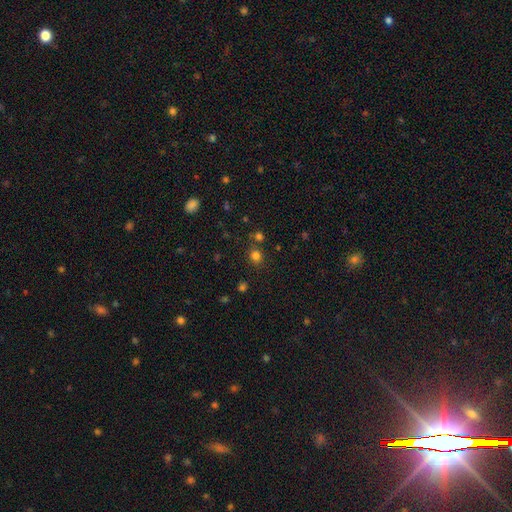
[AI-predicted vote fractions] smooth 75%, star or artifact 20%, featured or disk 5%. Down the decision tree: how rounded — round (82%); merging — none (78%).